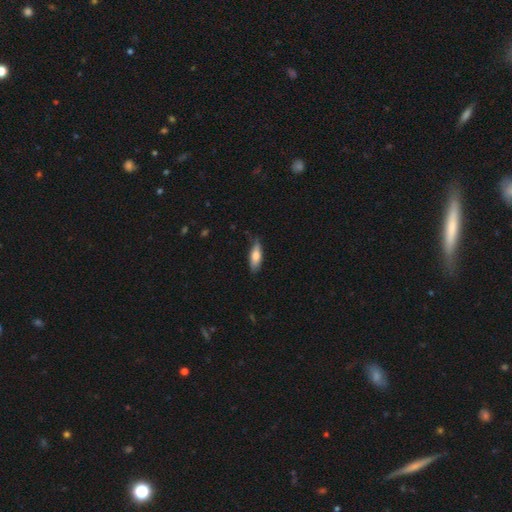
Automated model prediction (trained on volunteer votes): smooth_or_featured: smooth (p=0.74) [alt: featured or disk p=0.20]
how_rounded: in between (p=0.60) [alt: cigar-shaped p=0.38]
merging: none (p=0.70) [alt: minor disturbance p=0.25]